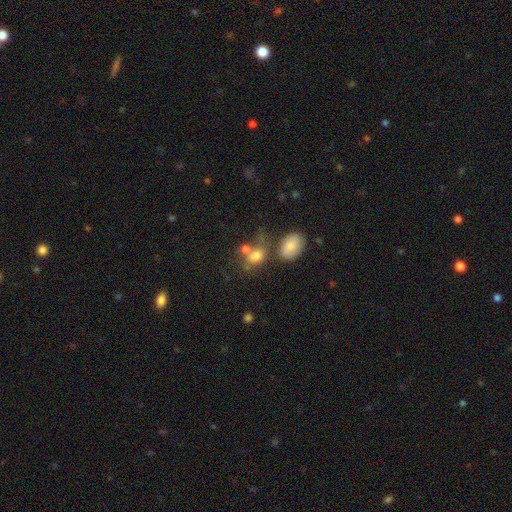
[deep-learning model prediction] Smooth or featured: smooth — 70% (star or artifact — 16%)
How rounded: in between — 55% (round — 43%)
Merging: merger — 37% (none — 36%)